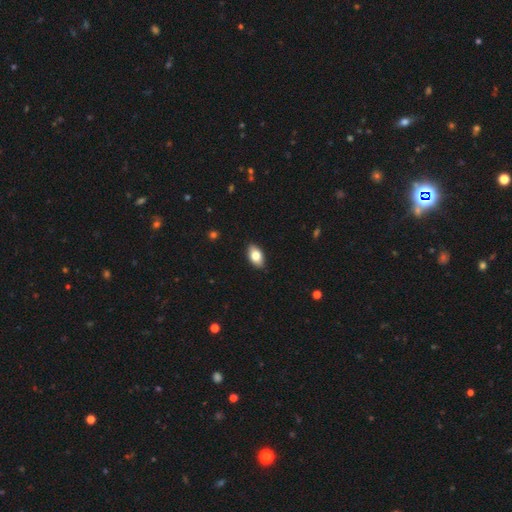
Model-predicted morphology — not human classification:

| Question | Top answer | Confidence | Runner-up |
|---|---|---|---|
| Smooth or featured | smooth | 78% | featured or disk (15%) |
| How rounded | in between | 91% | round (6%) |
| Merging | none | 87% | minor disturbance (10%) |